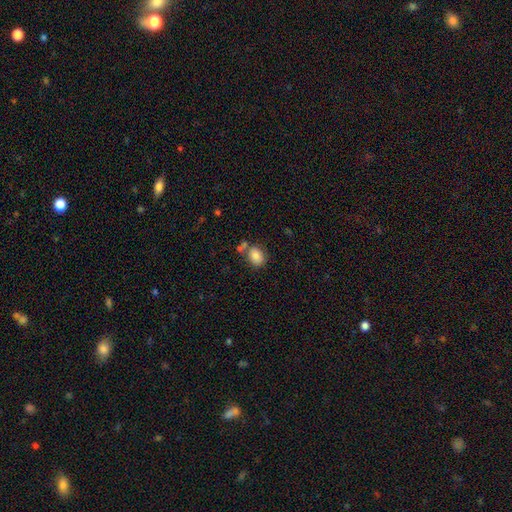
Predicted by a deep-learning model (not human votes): Q: Smooth or featured?
A: smooth (84%); runner-up: star or artifact (8%)
Q: How rounded?
A: in between (65%); runner-up: round (34%)
Q: Merging?
A: none (61%); runner-up: merger (20%)